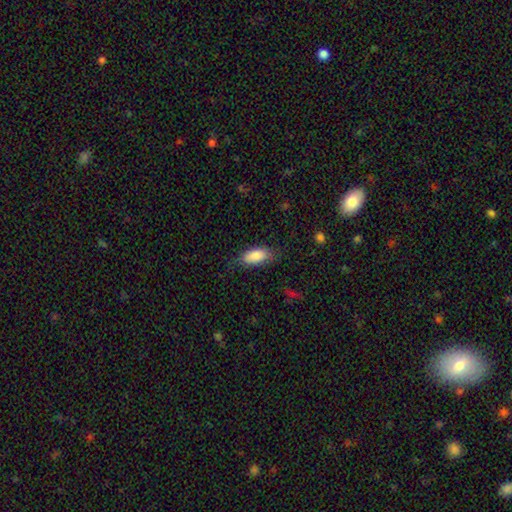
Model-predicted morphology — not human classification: A smooth galaxy with no disk features (86%) that is in between round and cigar-shaped (87%). Merging: none (70%).